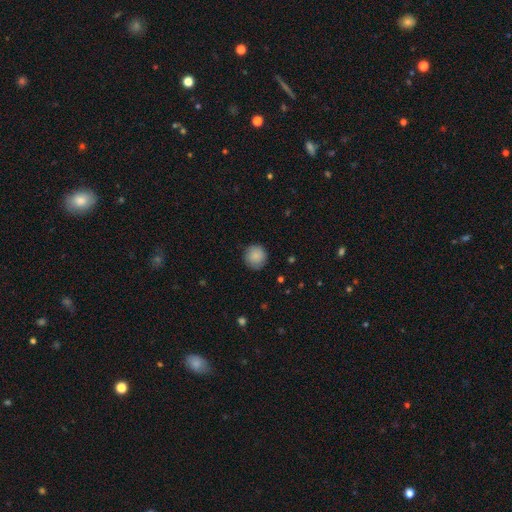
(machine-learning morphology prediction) Smooth or featured? smooth (87%)
How rounded? round (93%)
Merging? none (86%)